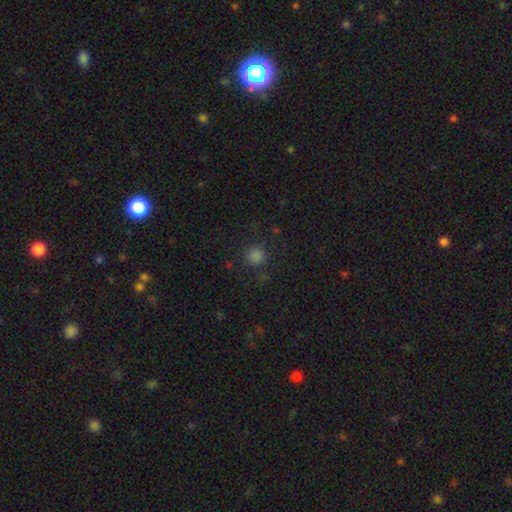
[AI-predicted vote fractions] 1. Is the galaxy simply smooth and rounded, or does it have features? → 78% smooth, 18% star or artifact, 4% featured or disk.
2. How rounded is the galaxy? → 93% round, 6% in between, 1% cigar-shaped.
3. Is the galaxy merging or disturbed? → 83% none, 10% minor disturbance, 5% major disturbance, 2% merger.